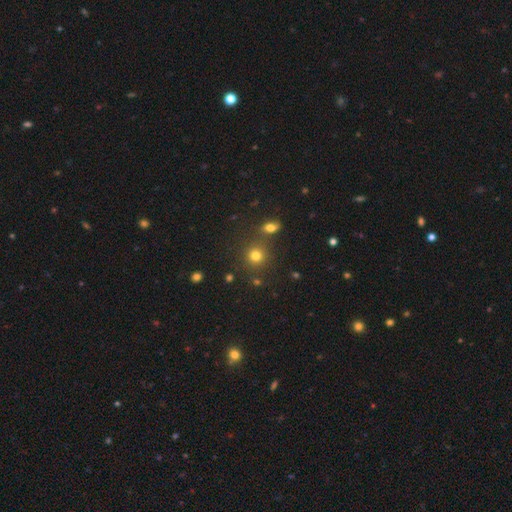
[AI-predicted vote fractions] Morphology: type=smooth (76%); roundness=round (89%); merging=none (78%).